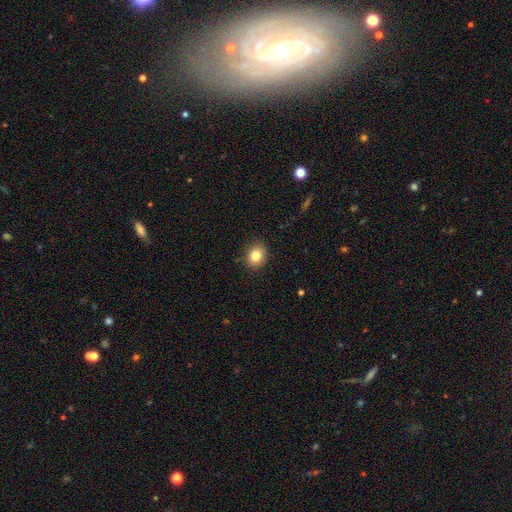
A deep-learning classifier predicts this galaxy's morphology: Q: Smooth or featured?
A: smooth (83%); runner-up: star or artifact (10%)
Q: How rounded?
A: round (60%); runner-up: in between (39%)
Q: Merging?
A: none (88%); runner-up: minor disturbance (9%)